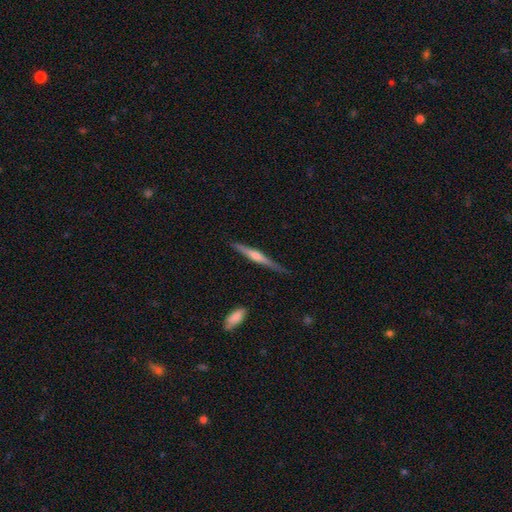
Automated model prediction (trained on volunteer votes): Smooth or featured? featured or disk (67%)
Edge-on disk? yes (98%)
Edge-on bulge? rounded (84%)
Merging? none (82%)